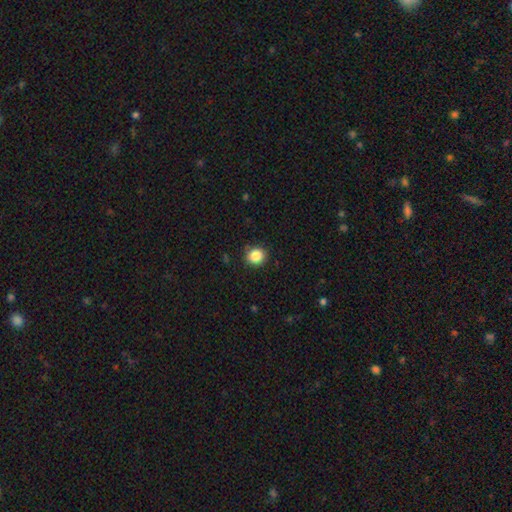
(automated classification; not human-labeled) Smooth or featured?
  - smooth: 86% *
  - star or artifact: 10%
  - featured or disk: 4%
How rounded?
  - round: 88% *
  - in between: 11%
  - cigar-shaped: 1%
Merging?
  - none: 87% *
  - minor disturbance: 10%
  - major disturbance: 2%
  - merger: 1%